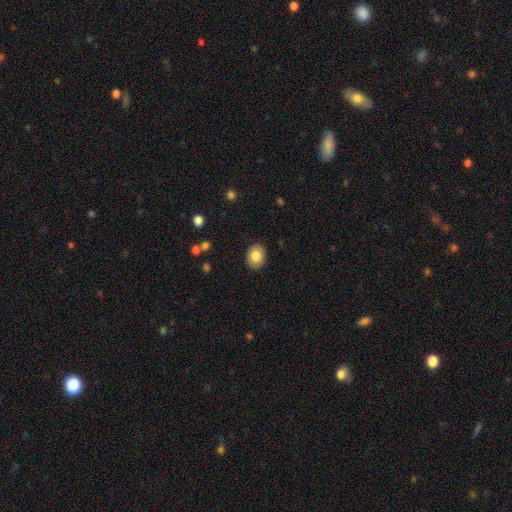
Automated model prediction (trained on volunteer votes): Smooth or featured: smooth — 85% (star or artifact — 8%)
How rounded: in between — 60% (round — 39%)
Merging: none — 89% (minor disturbance — 8%)